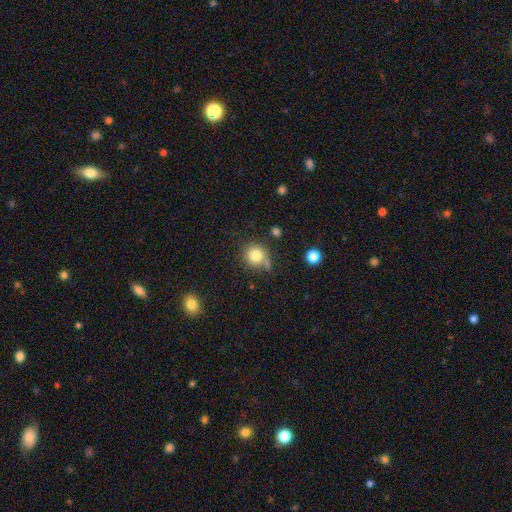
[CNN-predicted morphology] Q: Smooth or featured?
A: smooth (80%); runner-up: star or artifact (11%)
Q: How rounded?
A: round (86%); runner-up: in between (13%)
Q: Merging?
A: none (64%); runner-up: minor disturbance (19%)